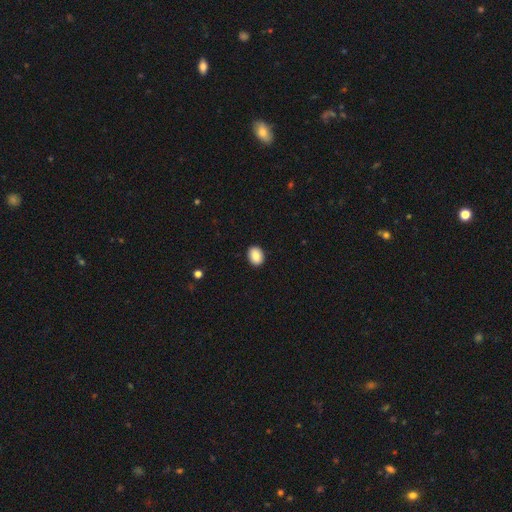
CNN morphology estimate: This appears to be a smooth galaxy with no disk features (87%) that is in between round and cigar-shaped (64%). Merging: none (91%).